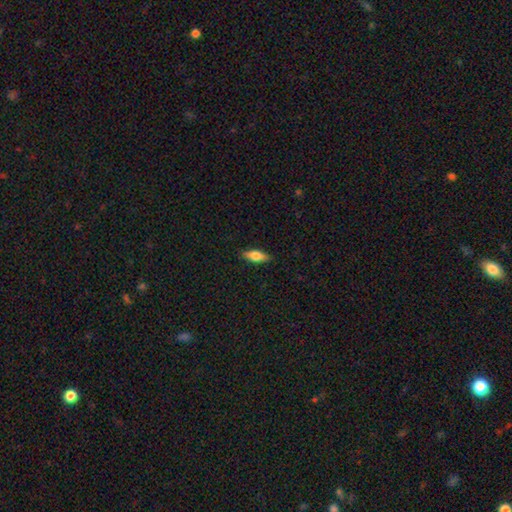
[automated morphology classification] smooth_or_featured: smooth (p=0.69) [alt: featured or disk p=0.25]
how_rounded: in between (p=0.69) [alt: cigar-shaped p=0.28]
merging: none (p=0.88) [alt: minor disturbance p=0.09]